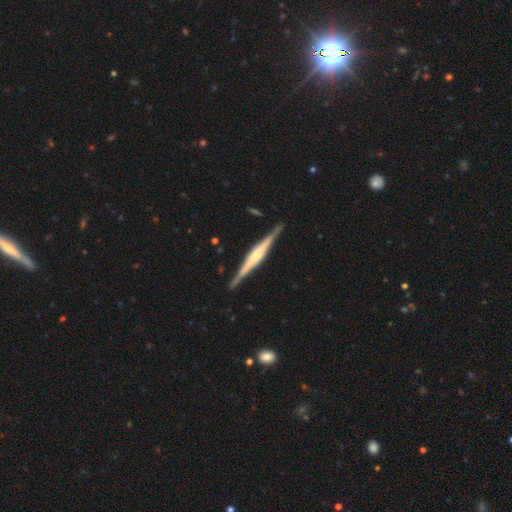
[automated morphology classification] Smooth or featured? Predicted: featured or disk (p=0.83). Edge-on disk? Predicted: yes (p=0.98). Edge-on bulge? Predicted: rounded (p=0.50). Merging? Predicted: none (p=0.89).